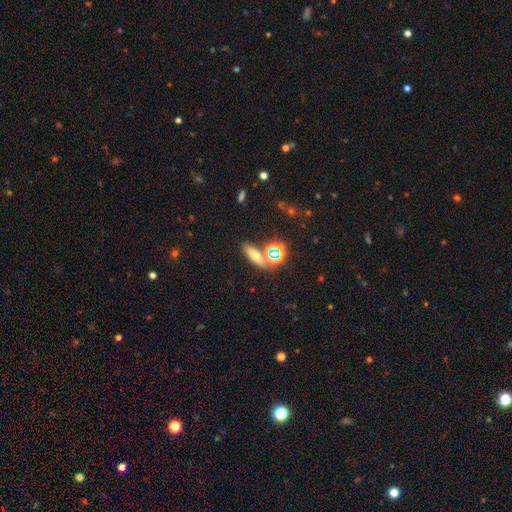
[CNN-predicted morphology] type=smooth (51%); roundness=in between (50%); merging=none (73%).